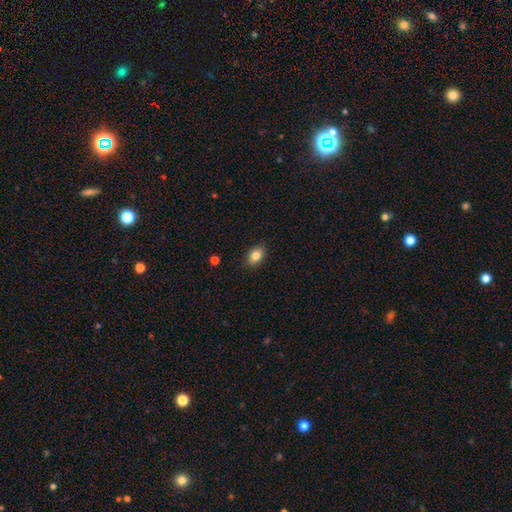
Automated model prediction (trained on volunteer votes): A smooth galaxy with no disk features (84%) that is in between round and cigar-shaped (86%). Merging: none (88%).